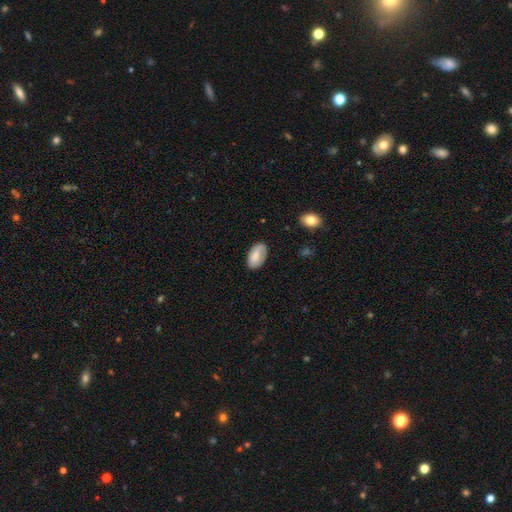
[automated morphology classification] smooth 73%, featured or disk 20%, star or artifact 7%. Down the decision tree: how rounded — in between (94%); merging — none (74%).